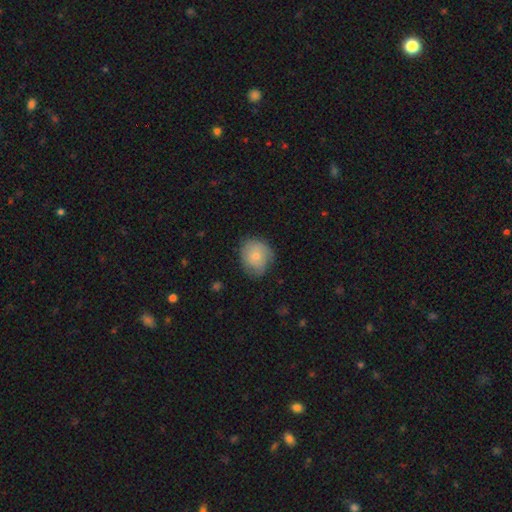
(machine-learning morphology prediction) Smooth or featured? Predicted: smooth (p=0.72). How rounded? Predicted: round (p=0.71). Merging? Predicted: none (p=0.65).